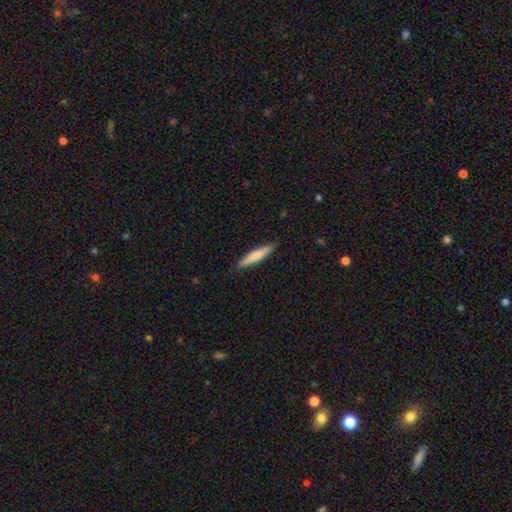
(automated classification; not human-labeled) The model was most divided on "smooth or featured": smooth: 72%, featured or disk: 22%, star or artifact: 5%. More confident: how rounded — cigar-shaped (90%); merging — none (90%).